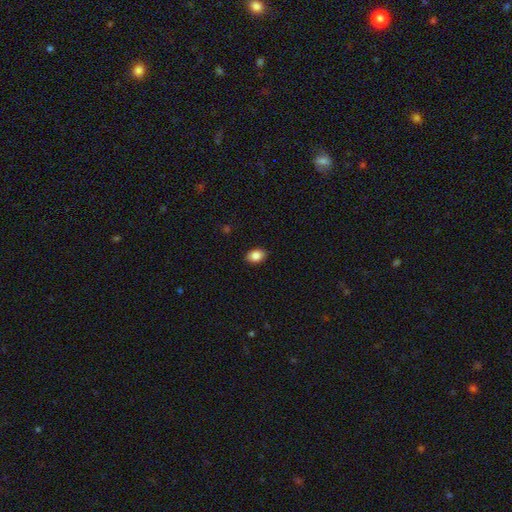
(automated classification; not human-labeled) A smooth galaxy with no disk features (86%) that is in between round and cigar-shaped (79%). Merging: none (89%).